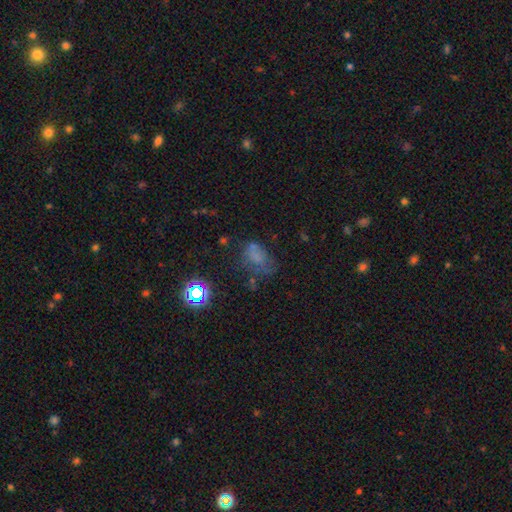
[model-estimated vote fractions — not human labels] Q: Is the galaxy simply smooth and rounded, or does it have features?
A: smooth — 50%.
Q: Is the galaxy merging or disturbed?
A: none — 37%.